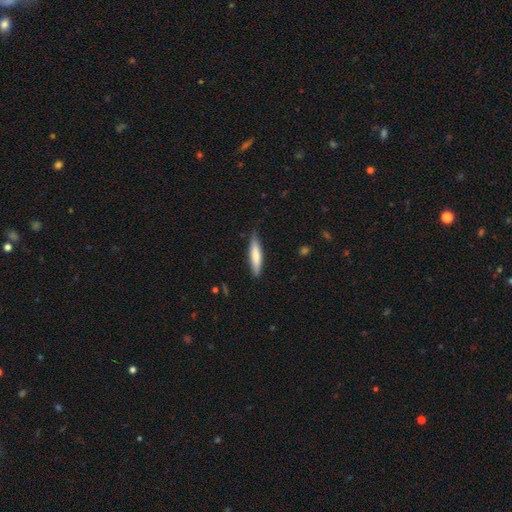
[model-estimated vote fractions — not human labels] This appears to be a smooth galaxy with no disk features (74%) that is cigar-shaped (82%). Merging: none (80%).